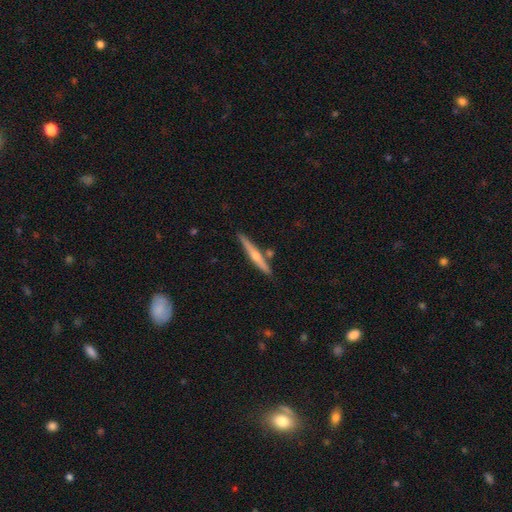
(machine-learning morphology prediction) type=featured or disk (71%); edge-on=yes (98%); edge-on bulge=rounded (86%); merging=none (86%).